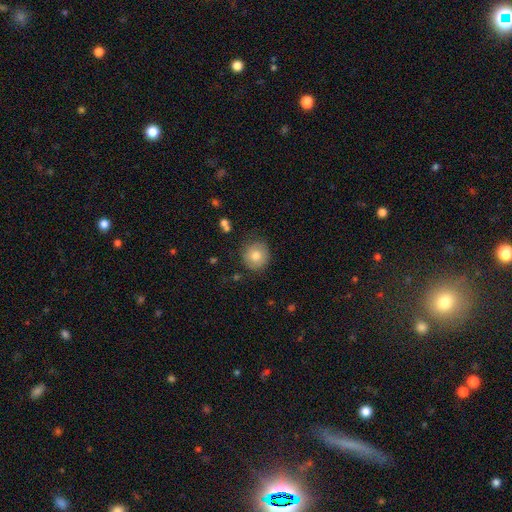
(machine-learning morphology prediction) Q: Smooth or featured?
A: smooth (77%); runner-up: featured or disk (14%)
Q: How rounded?
A: round (90%); runner-up: in between (9%)
Q: Merging?
A: none (82%); runner-up: minor disturbance (13%)